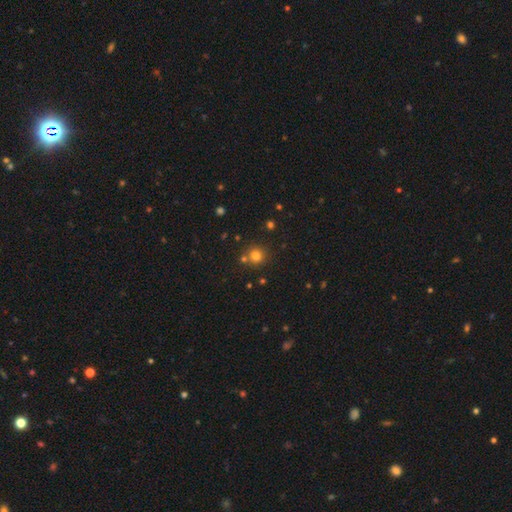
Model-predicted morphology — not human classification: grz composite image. It shows a smooth galaxy with no disk features (77%) that is round (91%). Merging: none (75%).